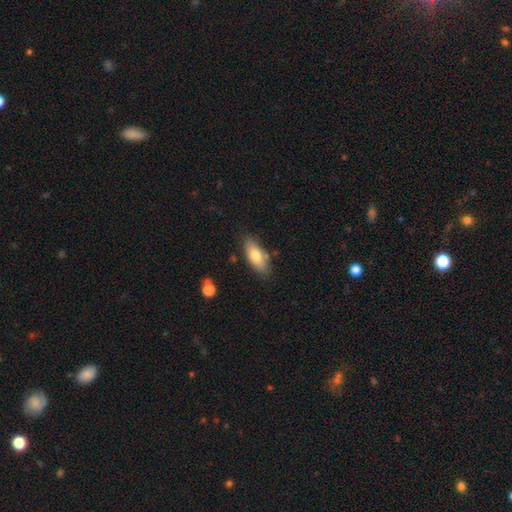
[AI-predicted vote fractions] This appears to be a smooth galaxy with no disk features (74%) that is in between round and cigar-shaped (79%). Merging: none (77%).